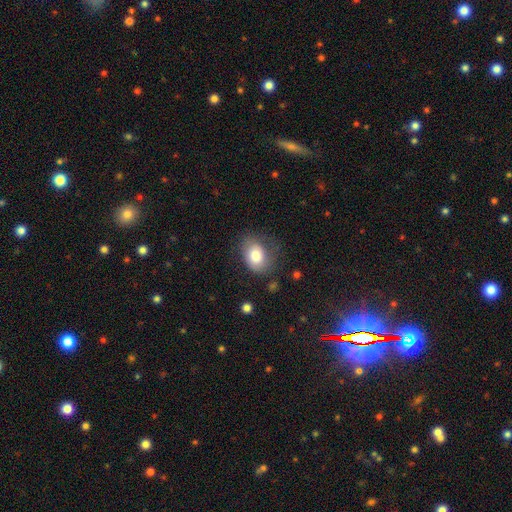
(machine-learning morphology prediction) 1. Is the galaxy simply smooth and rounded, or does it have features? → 78% smooth, 14% featured or disk, 8% star or artifact.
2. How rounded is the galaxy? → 68% in between, 31% round, 1% cigar-shaped.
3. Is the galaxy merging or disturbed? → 57% none, 27% minor disturbance, 14% major disturbance, 2% merger.